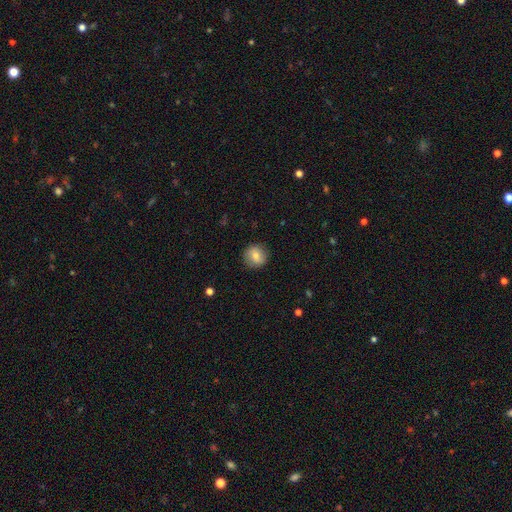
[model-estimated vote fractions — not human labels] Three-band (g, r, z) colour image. It shows a smooth galaxy with no disk features (75%) that is round (90%). Merging: none (88%).